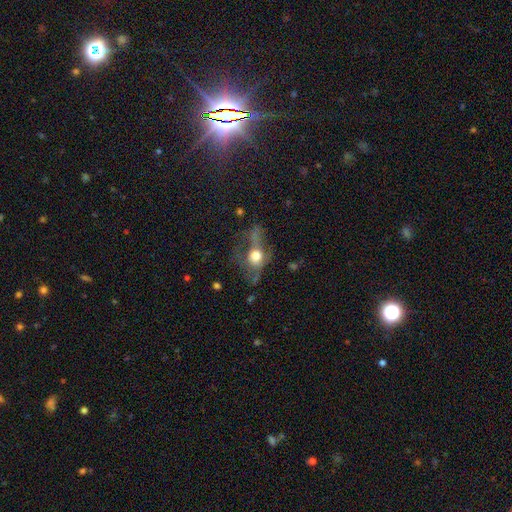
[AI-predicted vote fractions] This is possibly a smooth galaxy (49%). Merging: marginally major disturbance (44%).